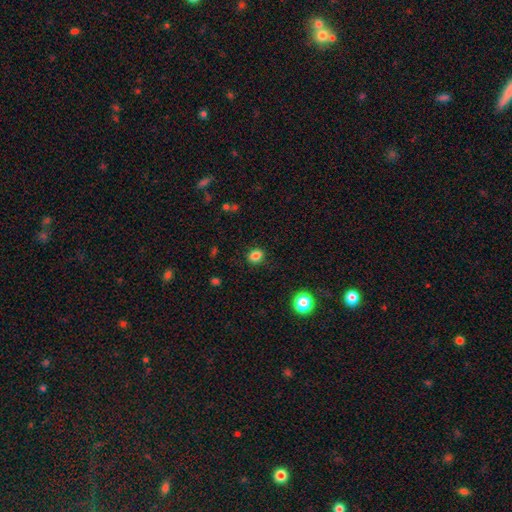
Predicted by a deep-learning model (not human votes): smooth_or_featured: smooth (p=0.83) [alt: star or artifact p=0.12]
how_rounded: round (p=0.57) [alt: in between p=0.42]
merging: none (p=0.85) [alt: minor disturbance p=0.11]